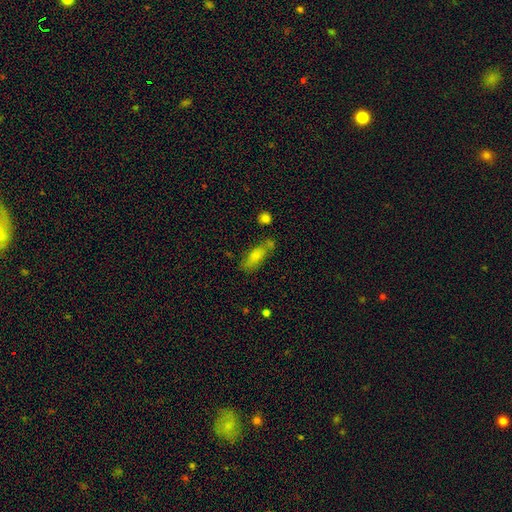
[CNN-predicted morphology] This appears to be a smooth galaxy with no disk features (74%) that is in between round and cigar-shaped (68%). Merging: none (60%).